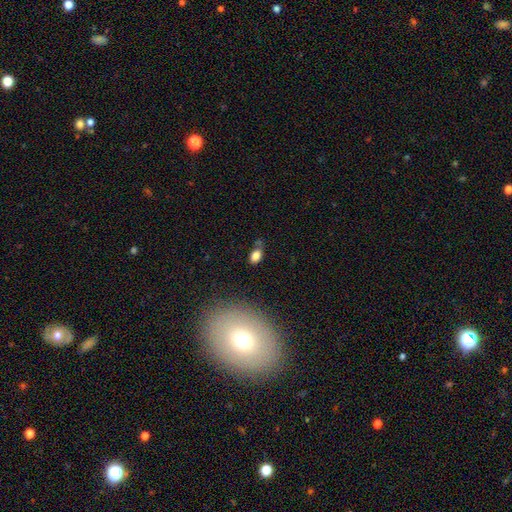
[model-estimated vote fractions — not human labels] Smooth or featured: smooth — 81% (star or artifact — 11%)
How rounded: in between — 86% (round — 11%)
Merging: none — 64% (minor disturbance — 22%)